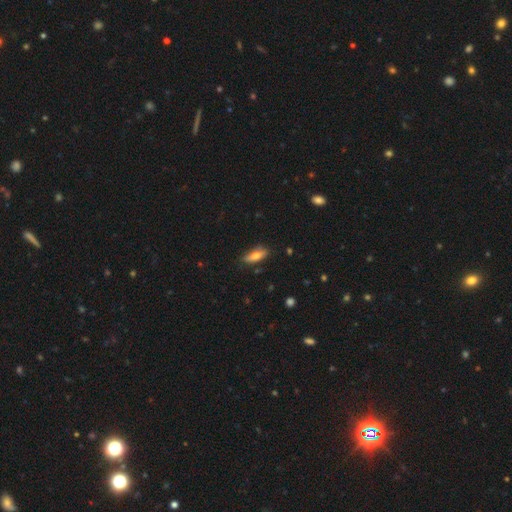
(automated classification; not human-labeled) Smooth or featured: smooth — 70% (featured or disk — 24%)
How rounded: in between — 65% (cigar-shaped — 32%)
Merging: none — 76% (minor disturbance — 19%)